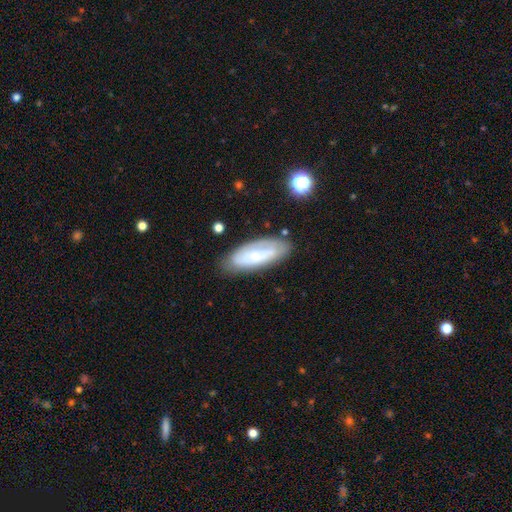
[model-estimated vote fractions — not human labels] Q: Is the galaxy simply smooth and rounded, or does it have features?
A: smooth — 48%.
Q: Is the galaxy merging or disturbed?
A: none — 76%.